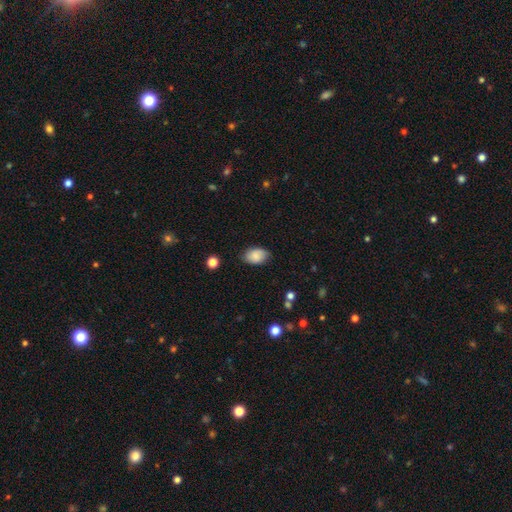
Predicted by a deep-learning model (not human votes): Overall: smooth (85%). How rounded: in between (86%). Merging: none (80%).